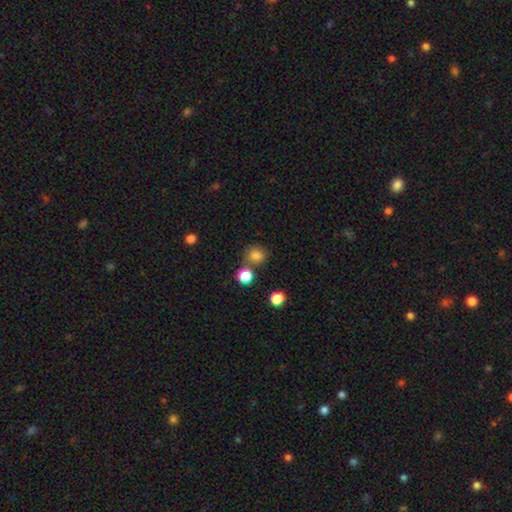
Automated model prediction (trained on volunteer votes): Morphology: type=smooth (81%); roundness=round (82%); merging=none (73%).